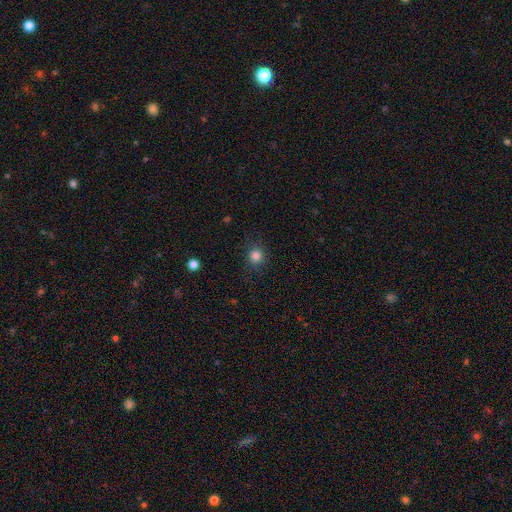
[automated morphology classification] This is clearly a smooth galaxy (83%). How rounded: clearly round (89%). Merging: clearly none (87%).